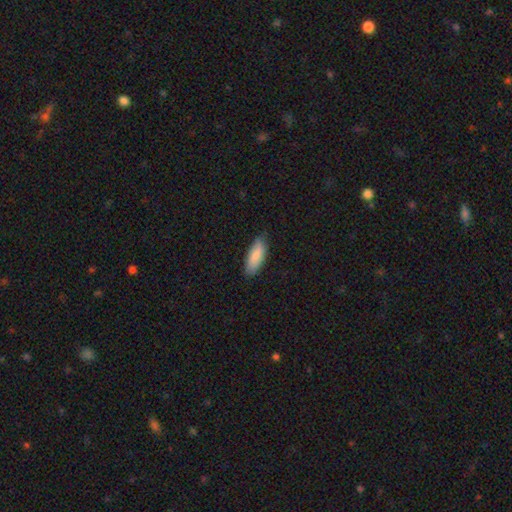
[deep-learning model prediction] smooth-or-featured: smooth: 84% | featured or disk: 11% | star or artifact: 5%
  how-rounded: in between: 74% | cigar-shaped: 25% | round: 2%
  merging: none: 81% | minor disturbance: 16% | major disturbance: 2% | merger: 1%